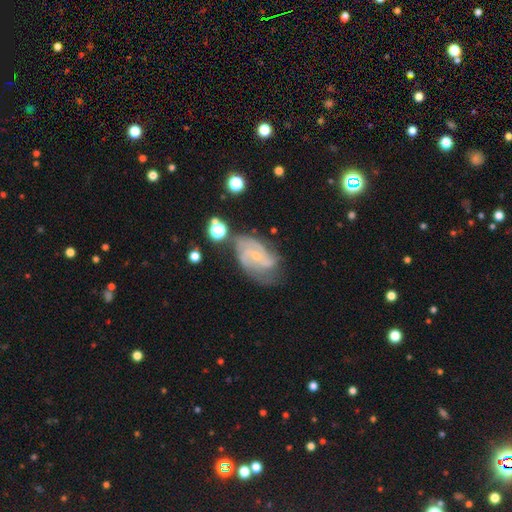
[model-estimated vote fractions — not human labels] This is clearly a featured or disk galaxy (84%). It is clearly not viewed edge-on (97%). Bar: possibly no (50%). Spiral arm pattern: clearly yes (96%). Spiral arm count: marginally 2 (40%). Spiral winding: possibly medium (46%). Central bulge: likely small (74%). Merging: possibly none (58%).